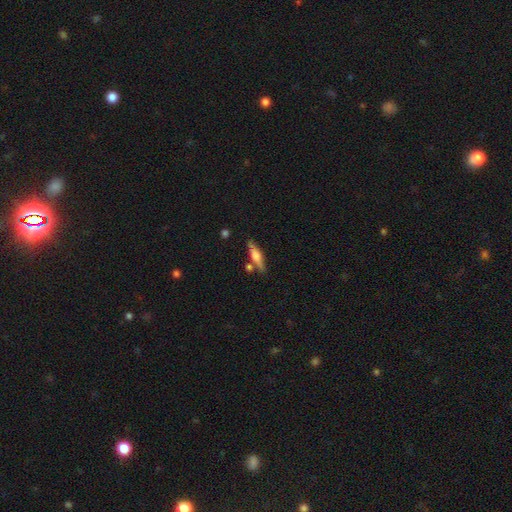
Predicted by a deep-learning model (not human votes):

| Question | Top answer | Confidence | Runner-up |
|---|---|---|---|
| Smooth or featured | featured or disk | 54% | smooth (39%) |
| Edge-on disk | yes | 94% | no (6%) |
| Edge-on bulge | rounded | 79% | boxy (16%) |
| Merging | none | 76% | minor disturbance (13%) |